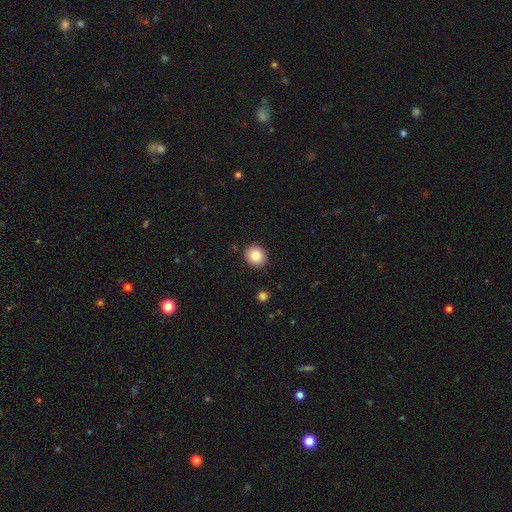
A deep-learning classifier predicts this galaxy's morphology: This is clearly a smooth galaxy (83%). How rounded: clearly round (83%). Merging: clearly none (91%).